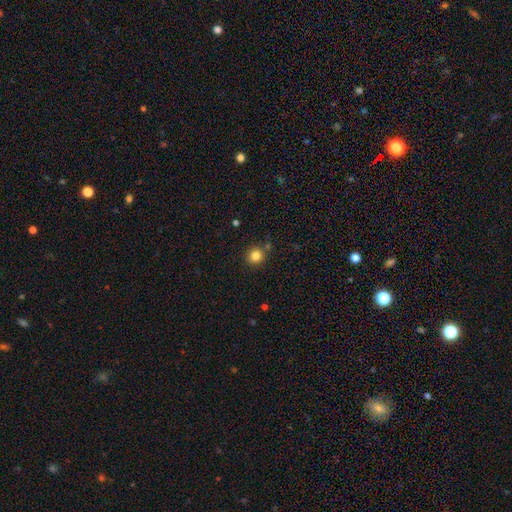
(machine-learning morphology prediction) type=smooth (83%); roundness=round (90%); merging=none (83%).